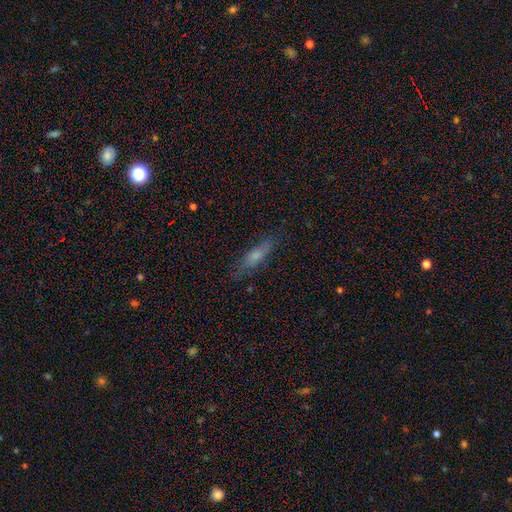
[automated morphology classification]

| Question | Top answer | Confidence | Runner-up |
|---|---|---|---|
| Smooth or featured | smooth | 58% | featured or disk (31%) |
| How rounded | cigar-shaped | 69% | in between (29%) |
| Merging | none | 78% | minor disturbance (16%) |